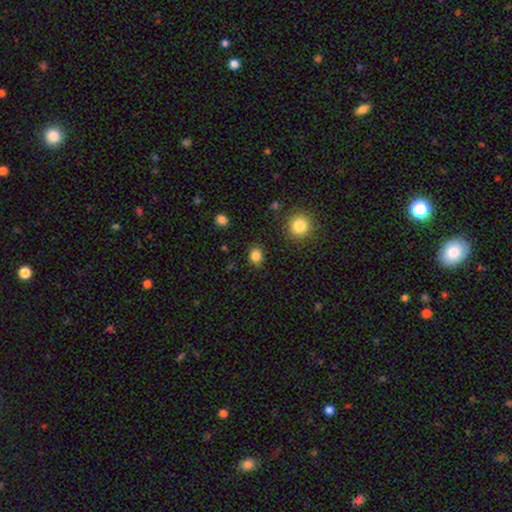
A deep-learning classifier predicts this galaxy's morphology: Overall: smooth (84%). How rounded: round (62%; in between 37%). Merging: none (86%).